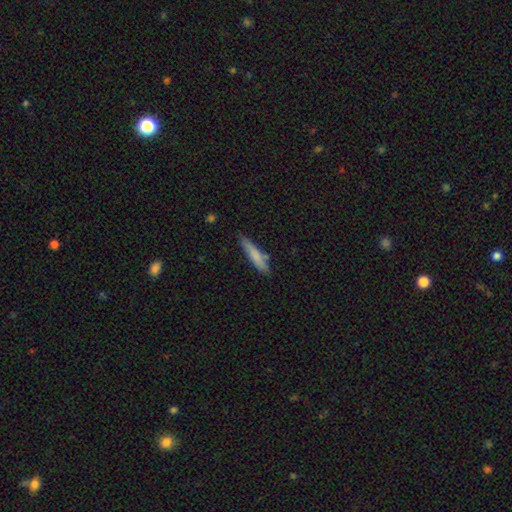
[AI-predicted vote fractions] Morphology: type=smooth (76%); roundness=cigar-shaped (85%); merging=none (75%).